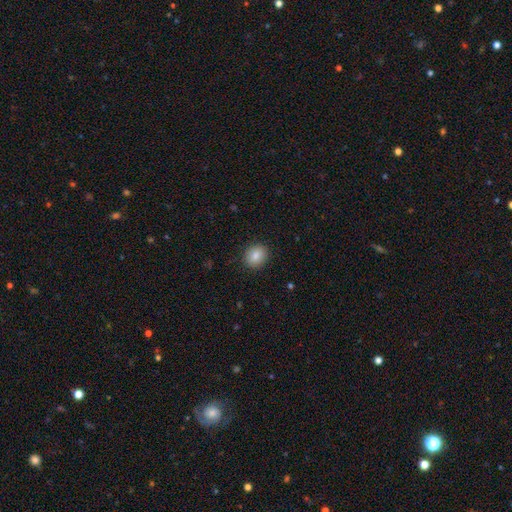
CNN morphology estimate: Smooth or featured: smooth — 85% (star or artifact — 9%)
How rounded: round — 70% (in between — 29%)
Merging: none — 90% (minor disturbance — 7%)